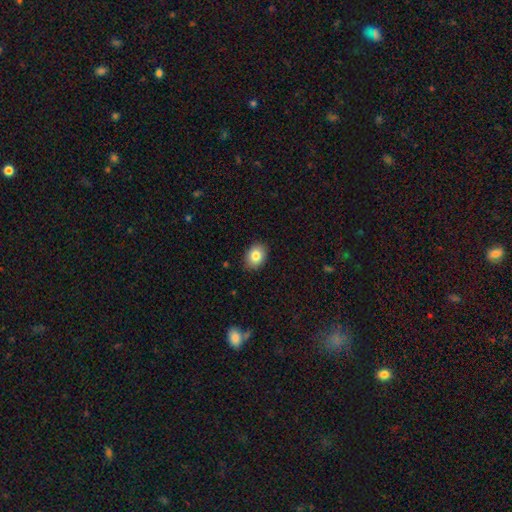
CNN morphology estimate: A smooth galaxy with no disk features (83%) that is in between round and cigar-shaped (68%).

Vote fractions:
- Smooth or featured? smooth: 83% / star or artifact: 9% / featured or disk: 8%
- How rounded? in between: 68% / round: 31% / cigar-shaped: 1%
- Merging? none: 88% / minor disturbance: 9% / major disturbance: 2% / merger: 1%